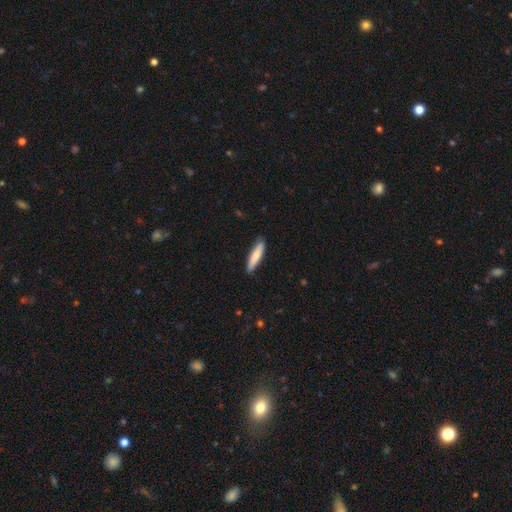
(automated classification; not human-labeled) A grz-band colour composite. It shows a smooth galaxy with no disk features (78%) that is cigar-shaped (82%). Merging: none (85%).